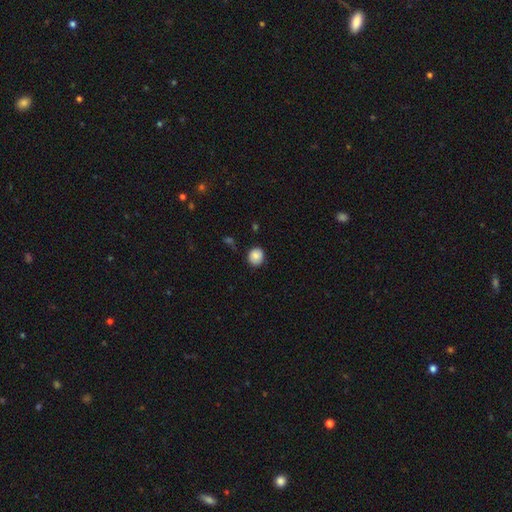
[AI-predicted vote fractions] This is clearly a smooth galaxy (85%). How rounded: clearly round (84%). Merging: clearly none (85%).